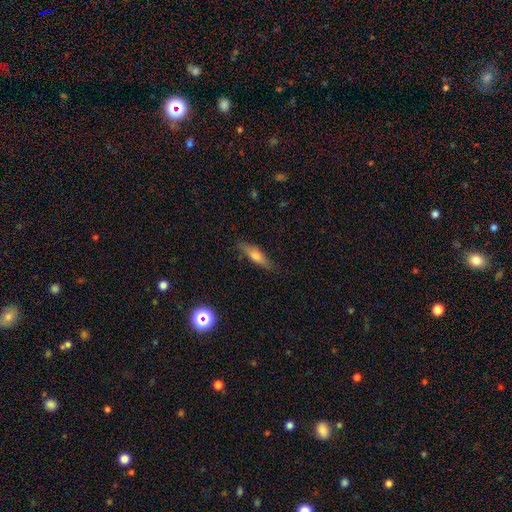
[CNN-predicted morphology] Smooth or featured? smooth (57%)
How rounded? cigar-shaped (64%)
Merging? none (82%)